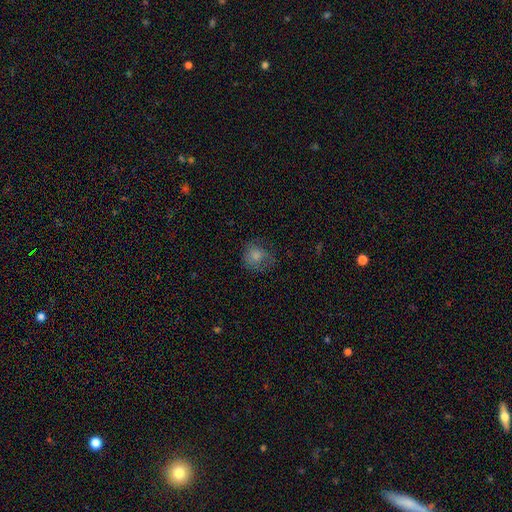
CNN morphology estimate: This appears to be a smooth galaxy with no disk features (75%) that is round (76%). Merging: none (55%).